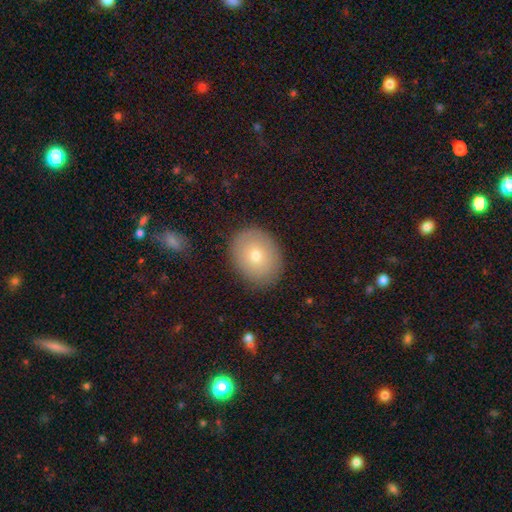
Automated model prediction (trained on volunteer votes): This appears to be a smooth galaxy with no disk features (71%) that is in between round and cigar-shaped (56%). Merging: none (86%).